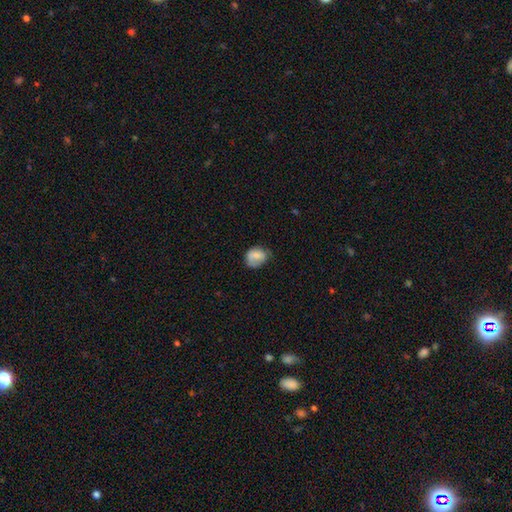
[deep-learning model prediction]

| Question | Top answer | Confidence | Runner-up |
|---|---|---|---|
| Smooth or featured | smooth | 76% | featured or disk (16%) |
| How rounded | round | 51% | in between (48%) |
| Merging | none | 51% | minor disturbance (35%) |